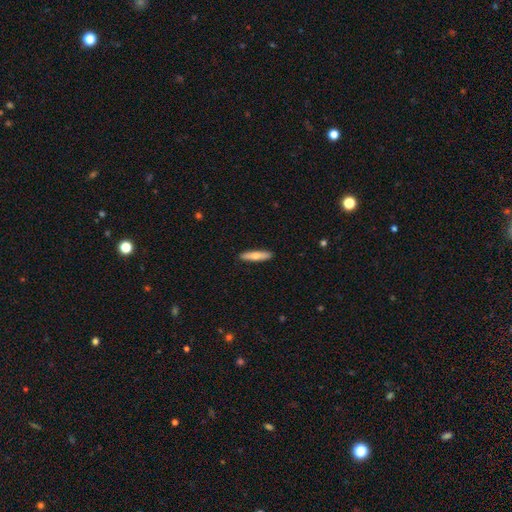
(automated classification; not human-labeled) This appears to be a smooth galaxy with no disk features (67%) that is cigar-shaped (78%). Merging: none (91%).